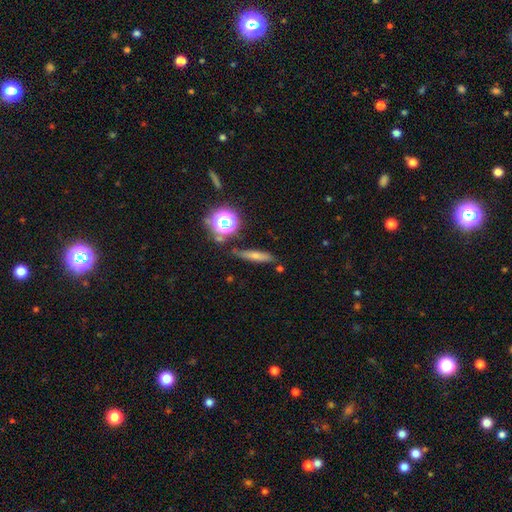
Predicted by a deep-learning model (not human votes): This is possibly a smooth galaxy (59%). How rounded: likely cigar-shaped (75%). Merging: likely none (78%).